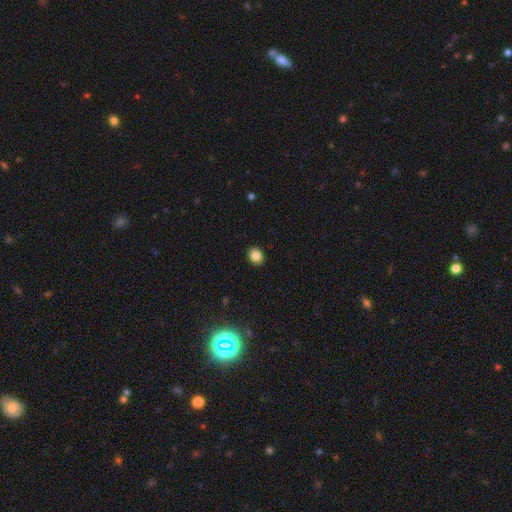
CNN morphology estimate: Smooth or featured: smooth — 85% (star or artifact — 10%)
How rounded: round — 50% (in between — 49%)
Merging: none — 91% (minor disturbance — 6%)